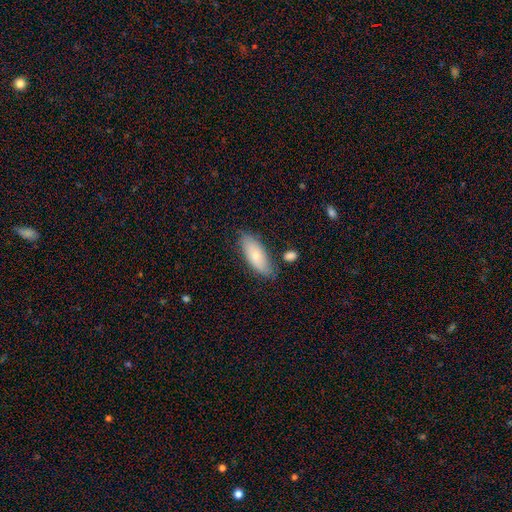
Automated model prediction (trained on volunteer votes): Morphology: type=smooth (74%); roundness=in between (78%); merging=none (75%).